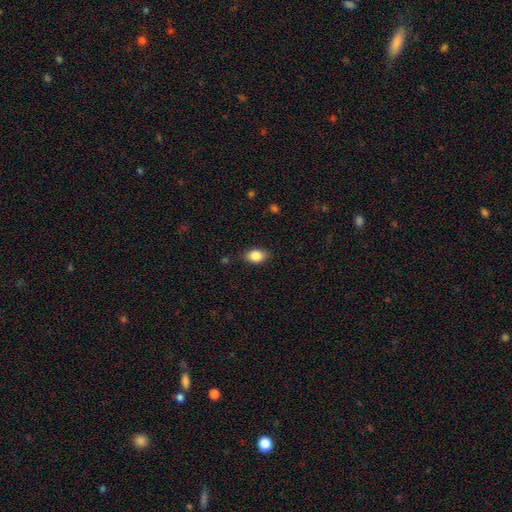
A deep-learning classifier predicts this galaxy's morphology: Smooth or featured? smooth (83%)
How rounded? in between (83%)
Merging? none (83%)